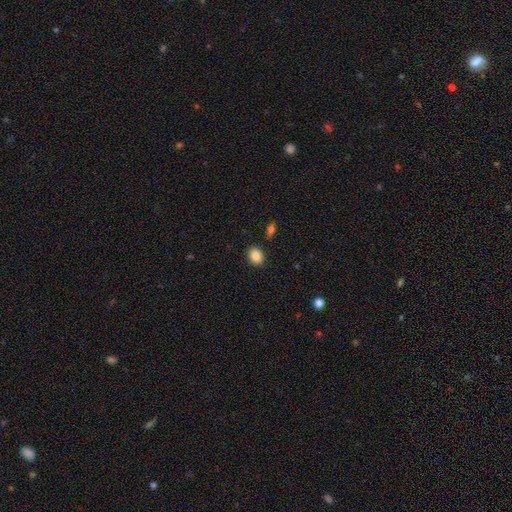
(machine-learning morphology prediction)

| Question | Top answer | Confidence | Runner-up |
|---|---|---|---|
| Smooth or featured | smooth | 86% | star or artifact (9%) |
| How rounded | round | 53% | in between (46%) |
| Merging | none | 88% | minor disturbance (7%) |